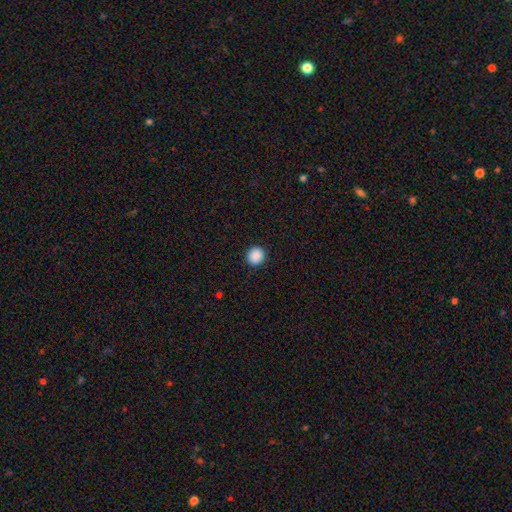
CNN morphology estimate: This appears to be a smooth galaxy with no disk features (89%) that is round (91%). Merging: none (92%).